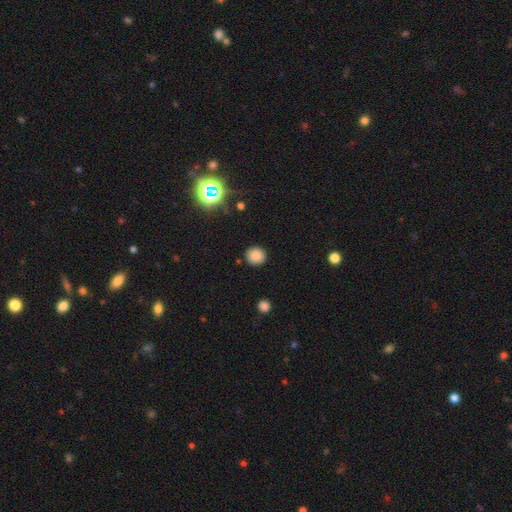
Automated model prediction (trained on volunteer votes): A smooth galaxy with no disk features (83%) that is round (90%).

Vote fractions:
- Smooth or featured? smooth: 83% / star or artifact: 13% / featured or disk: 4%
- How rounded? round: 90% / in between: 9% / cigar-shaped: 1%
- Merging? none: 90% / minor disturbance: 6% / major disturbance: 2% / merger: 1%